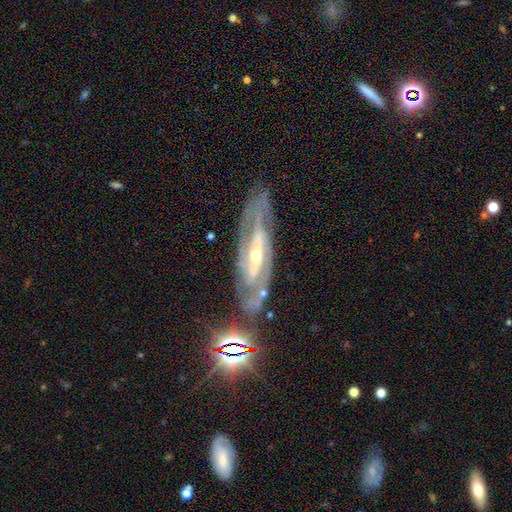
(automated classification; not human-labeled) featured or disk 85%, star or artifact 8%, smooth 7%. Down the decision tree: edge-on disk — no (85%); bar — strong (41%); spiral arms — yes (94%); spiral arm count — 2 (69%); spiral winding — tight (52%); bulge size — small (58%); merging — none (78%).